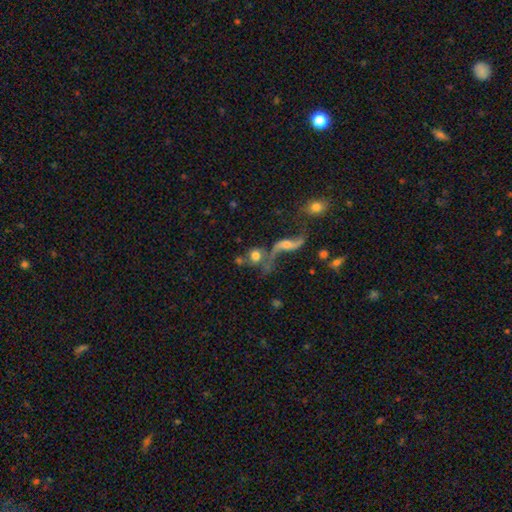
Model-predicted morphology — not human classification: type=smooth (57%); roundness=round (76%); merging=merger (40%).